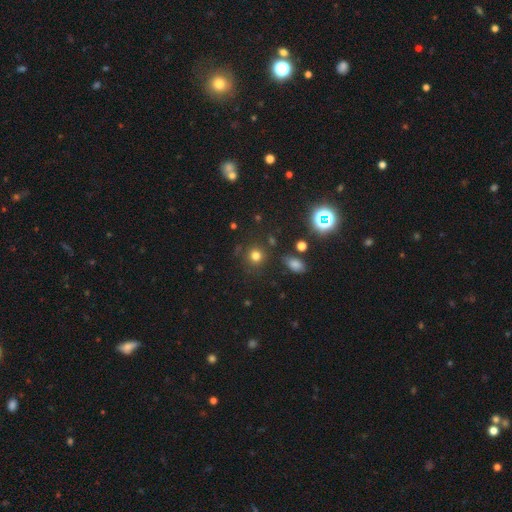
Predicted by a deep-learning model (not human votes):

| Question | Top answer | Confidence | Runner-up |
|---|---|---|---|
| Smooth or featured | smooth | 74% | star or artifact (19%) |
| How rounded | round | 91% | in between (8%) |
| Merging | none | 83% | minor disturbance (9%) |